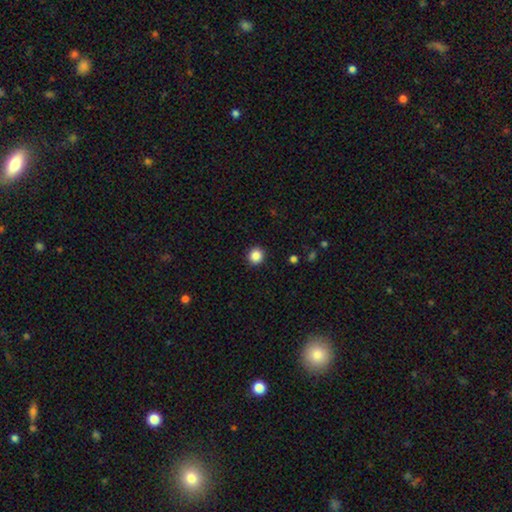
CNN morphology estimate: This appears to be a smooth galaxy with no disk features (87%) that is round (91%). Merging: none (92%).